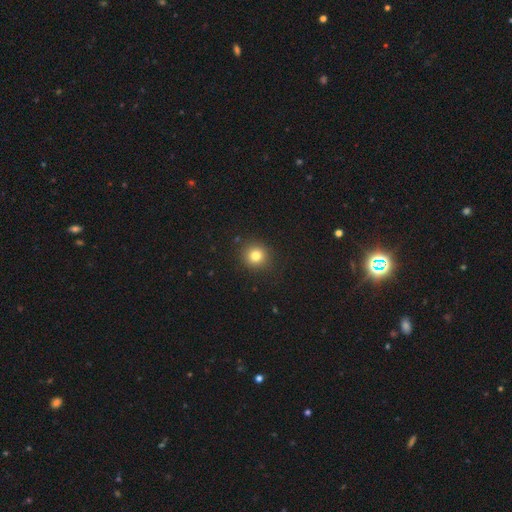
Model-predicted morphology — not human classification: type=smooth (80%); roundness=round (91%); merging=none (90%).